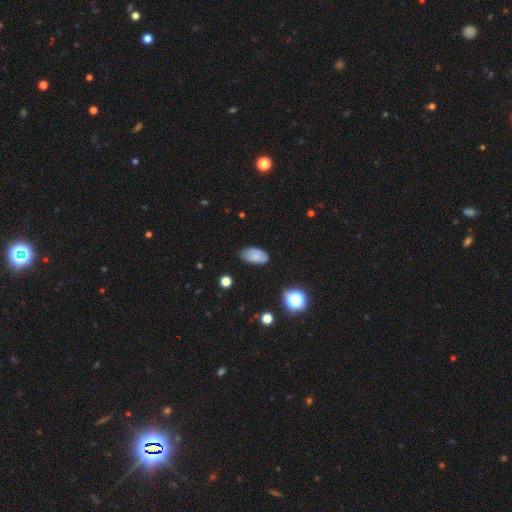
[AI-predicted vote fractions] This appears to be a smooth galaxy with no disk features (74%) that is in between round and cigar-shaped (93%). Merging: none (71%).